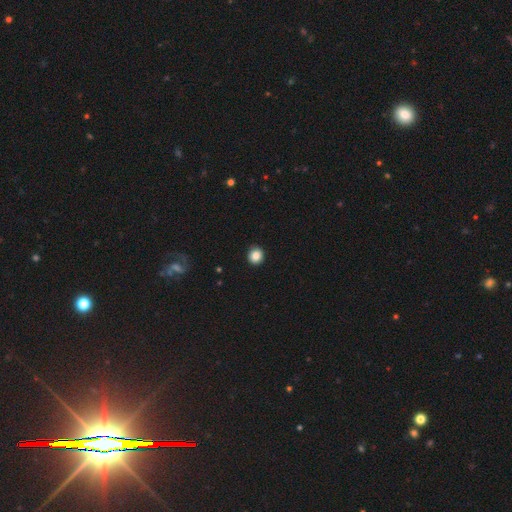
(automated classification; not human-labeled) This appears to be a smooth galaxy with no disk features (86%) that is round (89%). Merging: none (92%).